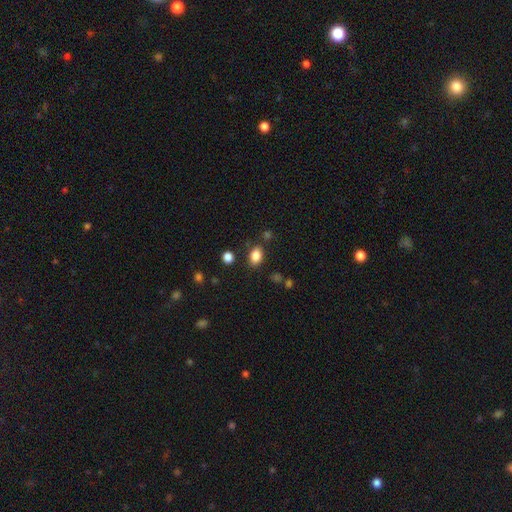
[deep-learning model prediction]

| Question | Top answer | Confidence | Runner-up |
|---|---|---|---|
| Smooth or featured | smooth | 85% | star or artifact (10%) |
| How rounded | in between | 79% | round (20%) |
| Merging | none | 80% | minor disturbance (12%) |